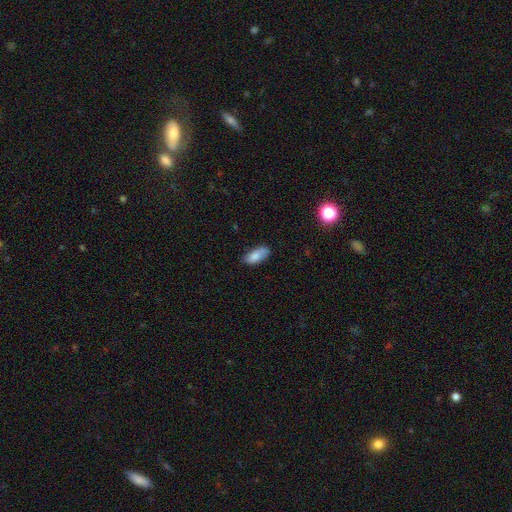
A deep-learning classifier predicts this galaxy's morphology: Q: Smooth or featured?
A: smooth (83%); runner-up: featured or disk (10%)
Q: How rounded?
A: in between (87%); runner-up: cigar-shaped (11%)
Q: Merging?
A: none (75%); runner-up: minor disturbance (20%)